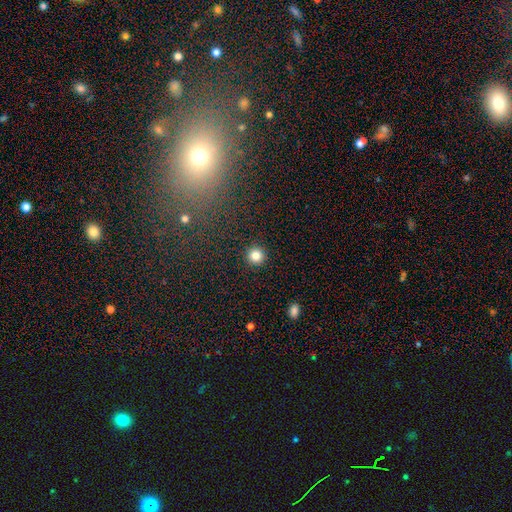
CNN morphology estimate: Smooth or featured?
  - smooth: 82% *
  - star or artifact: 12%
  - featured or disk: 5%
How rounded?
  - round: 96% *
  - in between: 3%
  - cigar-shaped: 1%
Merging?
  - none: 93% *
  - minor disturbance: 4%
  - major disturbance: 2%
  - merger: 1%